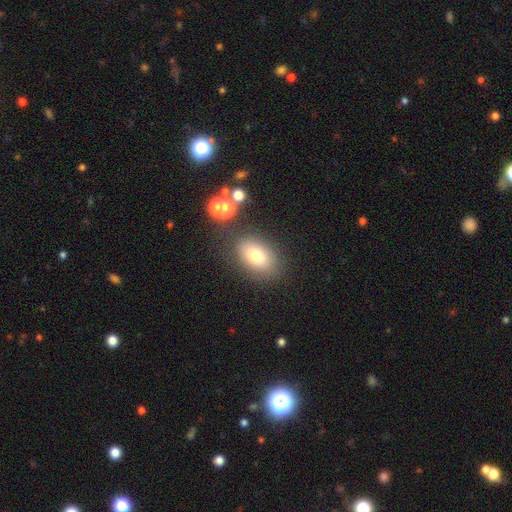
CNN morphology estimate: smooth_or_featured: smooth (p=0.76) [alt: featured or disk p=0.13]
how_rounded: in between (p=0.82) [alt: round p=0.17]
merging: none (p=0.79) [alt: minor disturbance p=0.12]